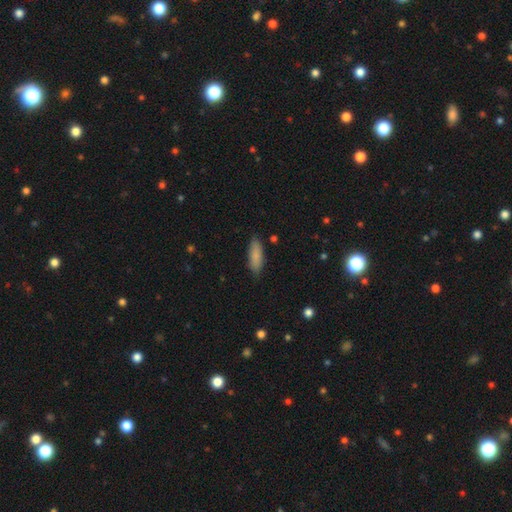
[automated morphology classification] This appears to be a smooth galaxy with no disk features (86%) that is in between round and cigar-shaped (60%). Merging: none (84%).